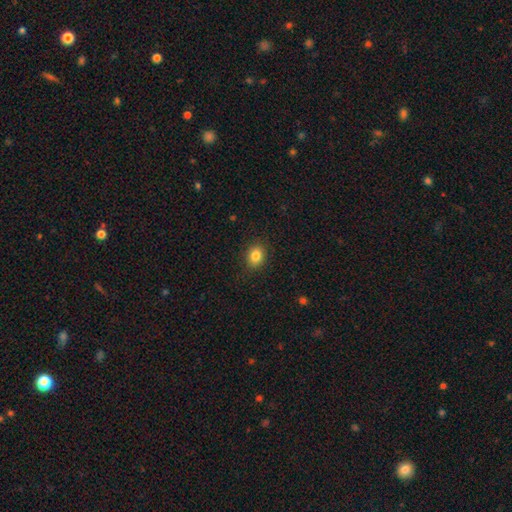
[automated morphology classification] Smooth or featured?
  - smooth: 84% *
  - star or artifact: 10%
  - featured or disk: 6%
How rounded?
  - round: 51% *
  - in between: 48%
  - cigar-shaped: 1%
Merging?
  - none: 88% *
  - minor disturbance: 8%
  - major disturbance: 2%
  - merger: 1%